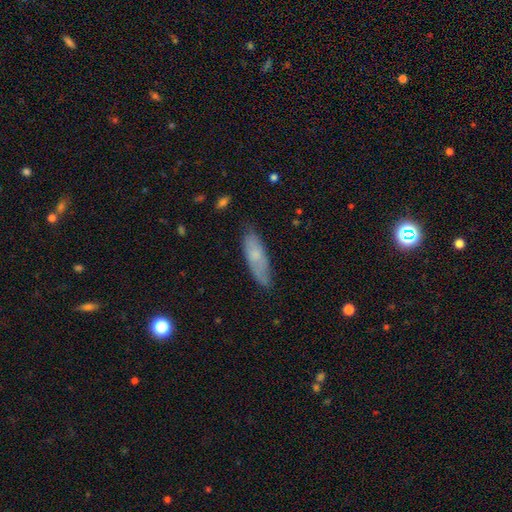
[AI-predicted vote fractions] Smooth or featured? smooth (64%)
How rounded? in between (50%)
Merging? none (72%)